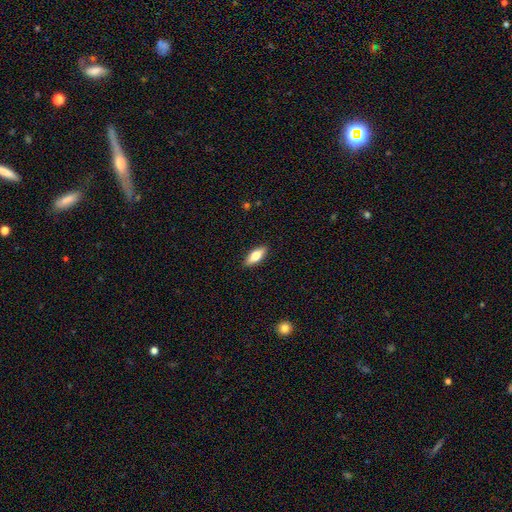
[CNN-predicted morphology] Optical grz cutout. It shows a smooth galaxy with no disk features (70%) that is in between round and cigar-shaped (72%). Merging: none (89%).